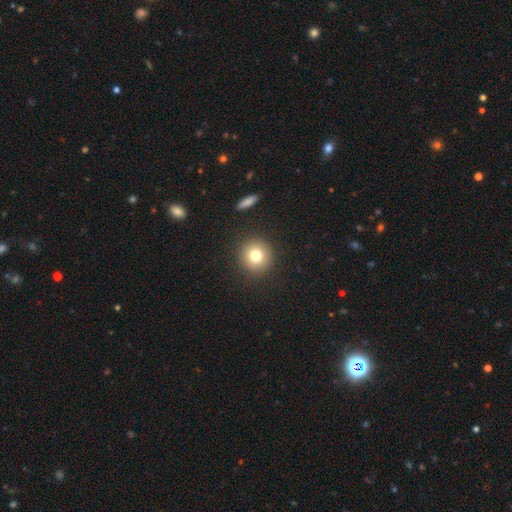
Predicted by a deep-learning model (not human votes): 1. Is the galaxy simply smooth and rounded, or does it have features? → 77% smooth, 11% star or artifact, 11% featured or disk.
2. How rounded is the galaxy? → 94% round, 5% in between, 1% cigar-shaped.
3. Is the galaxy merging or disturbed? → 91% none, 6% minor disturbance, 2% major disturbance, 1% merger.